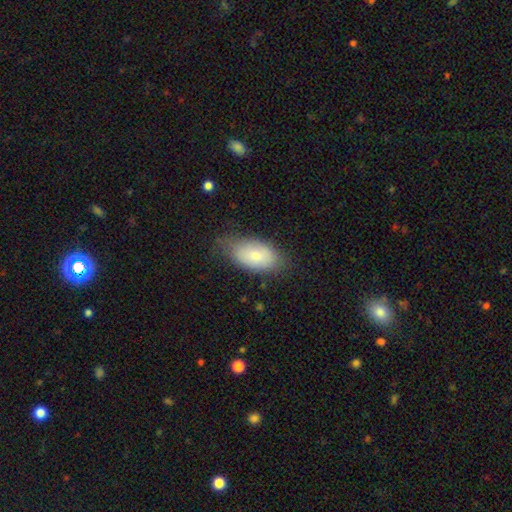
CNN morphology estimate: type=smooth (76%); roundness=in between (93%); merging=none (66%).